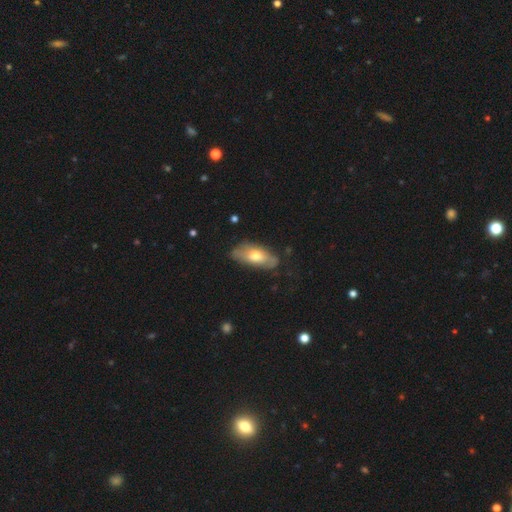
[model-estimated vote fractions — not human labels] Smooth or featured? smooth (61%)
How rounded? in between (83%)
Merging? none (74%)